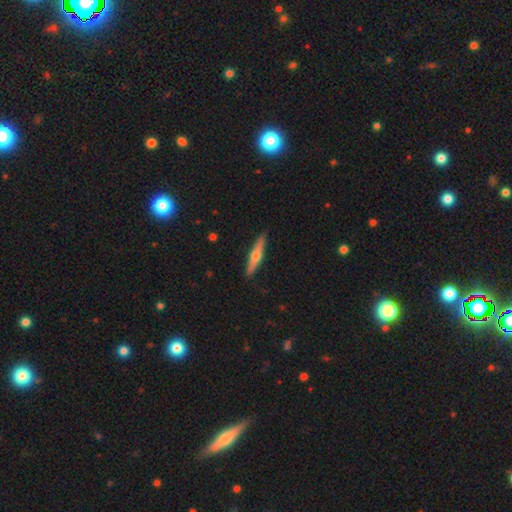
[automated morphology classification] smooth-or-featured: featured or disk: 54% | smooth: 40% | star or artifact: 5%
  disk-edge-on: yes: 95% | no: 5%
    edge-on-bulge: rounded: 91% | none: 6% | boxy: 3%
  merging: none: 89% | minor disturbance: 9% | major disturbance: 2% | merger: 1%